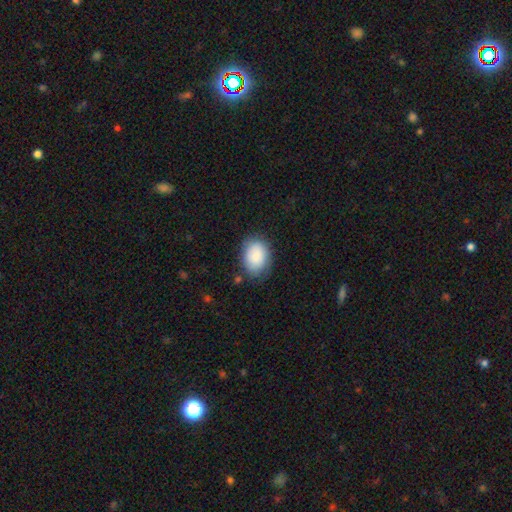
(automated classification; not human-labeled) Smooth or featured? Predicted: smooth (p=0.87). How rounded? Predicted: in between (p=0.74). Merging? Predicted: none (p=0.75).